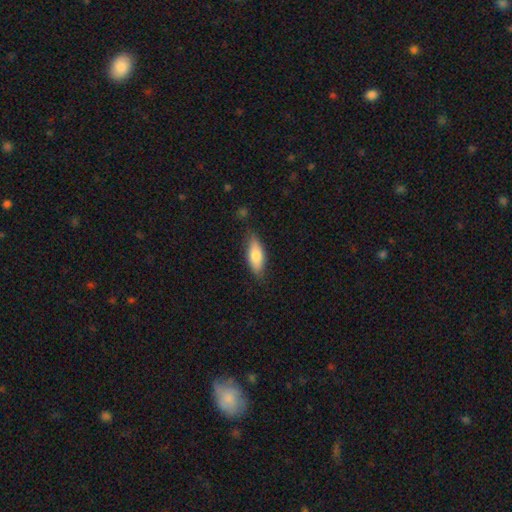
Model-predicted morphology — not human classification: The model was most divided on "how rounded": in between: 74%, cigar-shaped: 24%, round: 3%. More confident: merging — none (78%); smooth or featured — smooth (73%).